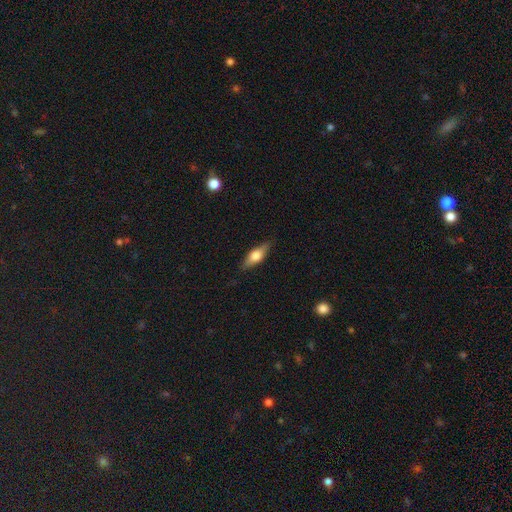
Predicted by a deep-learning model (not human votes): smooth_or_featured: smooth (p=0.54) [alt: featured or disk p=0.39]
how_rounded: in between (p=0.63) [alt: cigar-shaped p=0.33]
merging: none (p=0.83) [alt: minor disturbance p=0.13]